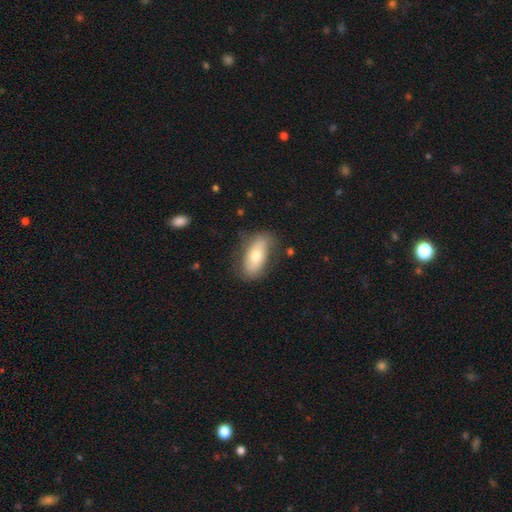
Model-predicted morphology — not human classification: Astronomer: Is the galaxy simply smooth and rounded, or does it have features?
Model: smooth — 64%.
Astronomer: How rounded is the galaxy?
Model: in between — 88%.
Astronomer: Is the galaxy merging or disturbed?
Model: none — 71%.